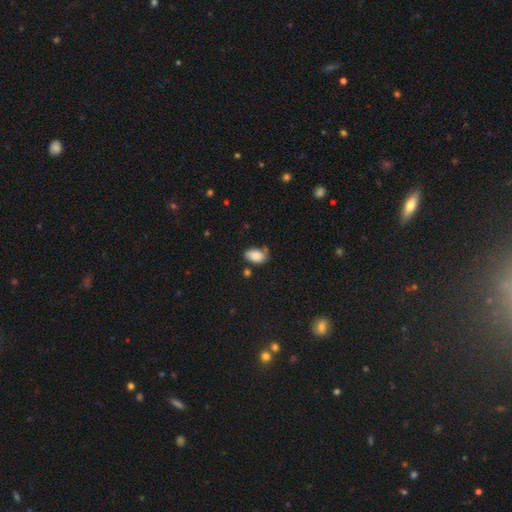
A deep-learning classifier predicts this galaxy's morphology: Smooth or featured?
  - smooth: 78% *
  - featured or disk: 14%
  - star or artifact: 8%
How rounded?
  - in between: 92% *
  - round: 6%
  - cigar-shaped: 2%
Merging?
  - none: 57% *
  - minor disturbance: 27%
  - merger: 8%
  - major disturbance: 8%